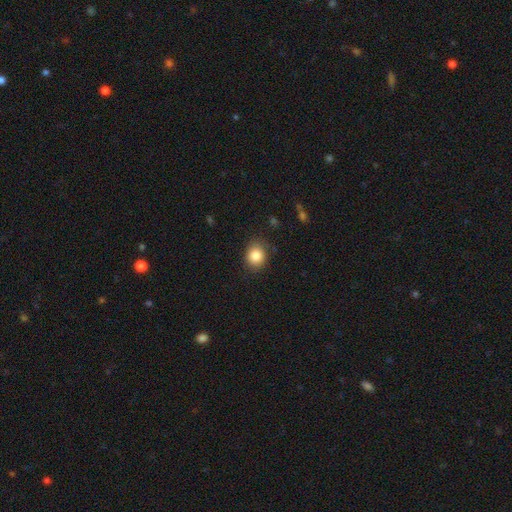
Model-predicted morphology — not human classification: type=smooth (85%); roundness=round (65%); merging=none (82%).